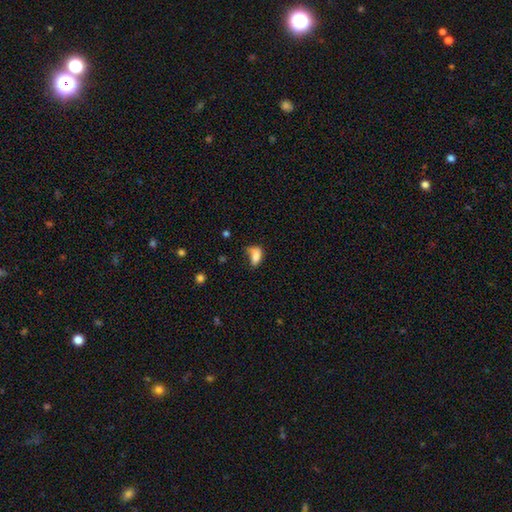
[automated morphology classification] This is likely a smooth galaxy (77%). How rounded: clearly in between (86%). Merging: marginally minor disturbance (31%).